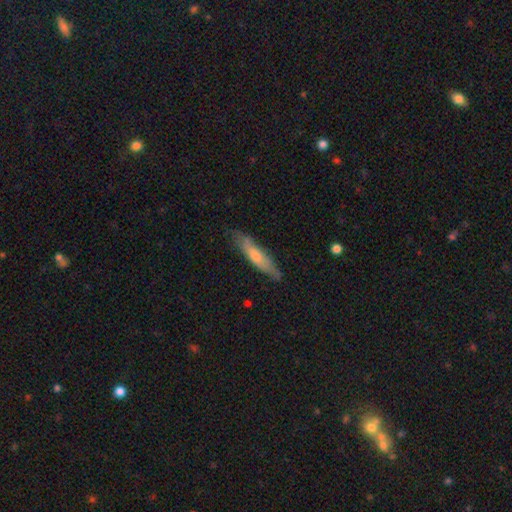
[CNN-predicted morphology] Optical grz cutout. It shows a smooth galaxy with no disk features (55%) that is cigar-shaped (81%). Merging: none (75%).